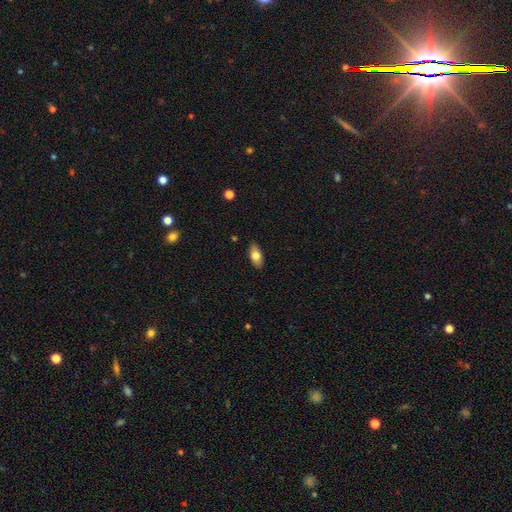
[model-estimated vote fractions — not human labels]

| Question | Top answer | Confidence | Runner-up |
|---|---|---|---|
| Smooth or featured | smooth | 76% | featured or disk (17%) |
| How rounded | in between | 89% | cigar-shaped (7%) |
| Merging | none | 87% | minor disturbance (10%) |